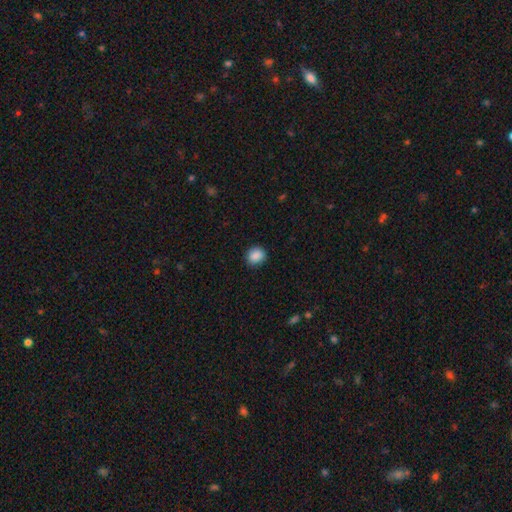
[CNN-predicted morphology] Smooth or featured: smooth — 88% (star or artifact — 9%)
How rounded: round — 71% (in between — 28%)
Merging: none — 88% (minor disturbance — 9%)